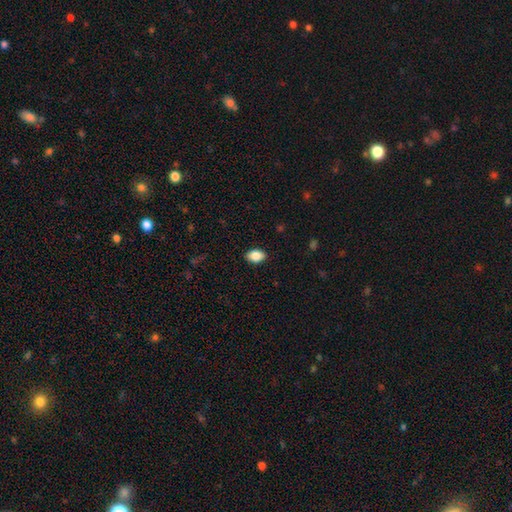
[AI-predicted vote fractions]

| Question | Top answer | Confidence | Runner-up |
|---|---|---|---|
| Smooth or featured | smooth | 87% | star or artifact (8%) |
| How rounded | in between | 85% | round (13%) |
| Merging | none | 89% | minor disturbance (9%) |